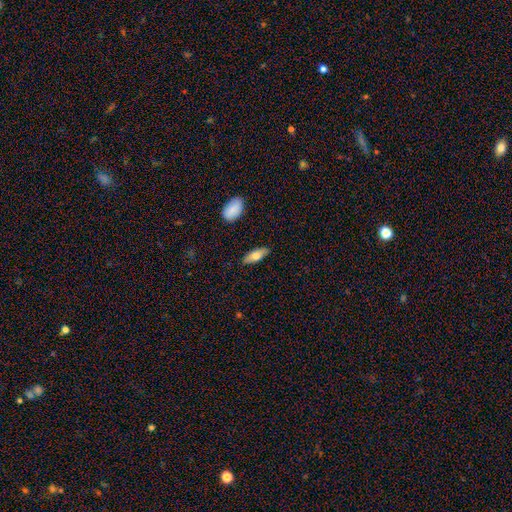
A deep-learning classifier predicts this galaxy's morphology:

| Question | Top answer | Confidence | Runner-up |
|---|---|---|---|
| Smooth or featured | smooth | 70% | featured or disk (24%) |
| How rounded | in between | 71% | cigar-shaped (27%) |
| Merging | none | 85% | minor disturbance (12%) |